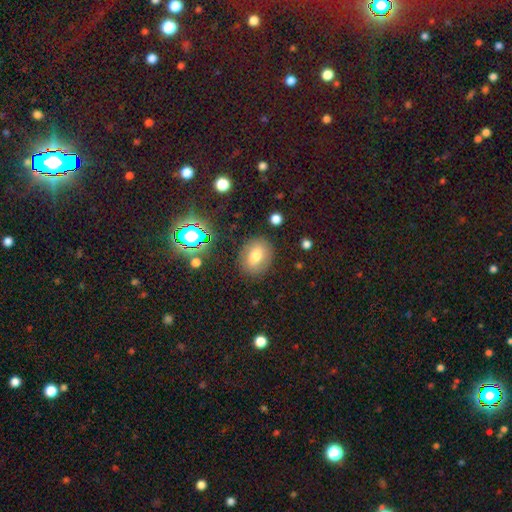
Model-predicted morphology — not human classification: smooth_or_featured: smooth (p=0.71) [alt: featured or disk p=0.16]
how_rounded: in between (p=0.54) [alt: round p=0.45]
merging: none (p=0.84) [alt: minor disturbance p=0.10]